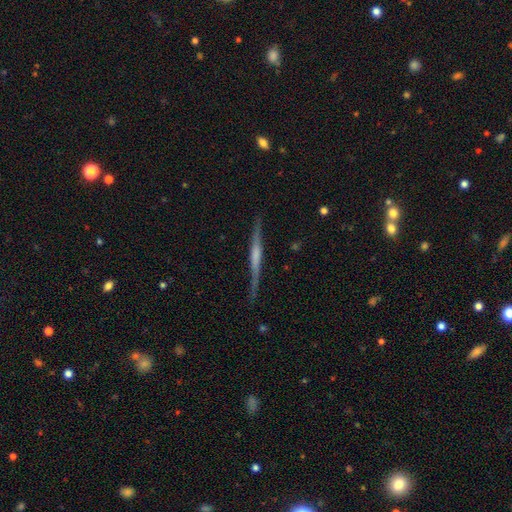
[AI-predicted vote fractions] smooth-or-featured: featured or disk: 70% | smooth: 24% | star or artifact: 6%
  disk-edge-on: yes: 97% | no: 3%
    edge-on-bulge: none: 38% | boxy: 32% | rounded: 30%
  merging: none: 83% | minor disturbance: 12% | major disturbance: 3% | merger: 2%